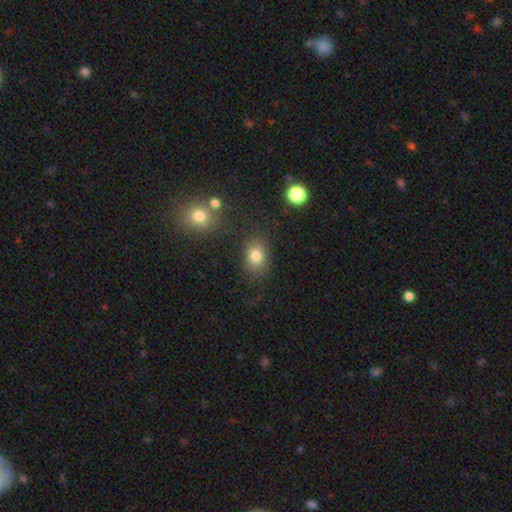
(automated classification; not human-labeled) smooth 80%, star or artifact 12%, featured or disk 8%. Down the decision tree: how rounded — in between (62%); merging — none (79%).